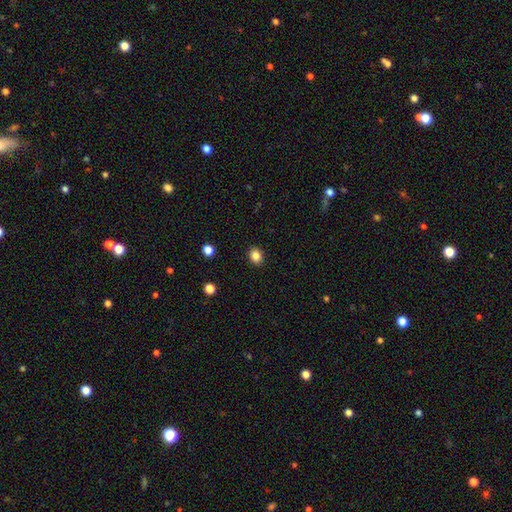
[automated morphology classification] This is clearly a smooth galaxy (85%). How rounded: possibly round (52%). Merging: clearly none (90%).